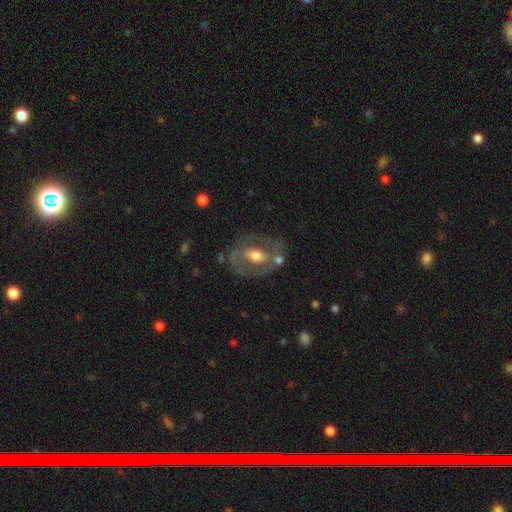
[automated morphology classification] smooth_or_featured: featured or disk (p=0.63) [alt: smooth p=0.31]
disk_edge_on: no (p=0.93) [alt: yes p=0.07]
bar: no (p=0.47) [alt: weak p=0.33]
has_spiral_arms: no (p=0.66) [alt: yes p=0.34]
bulge_size: moderate (p=0.69) [alt: large p=0.16]
merging: none (p=0.61) [alt: minor disturbance p=0.19]